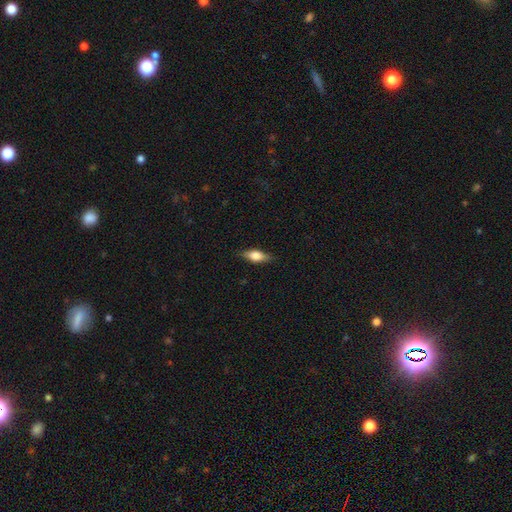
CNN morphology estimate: This appears to be a smooth galaxy with no disk features (57%) that is in between round and cigar-shaped (69%). Merging: none (84%).